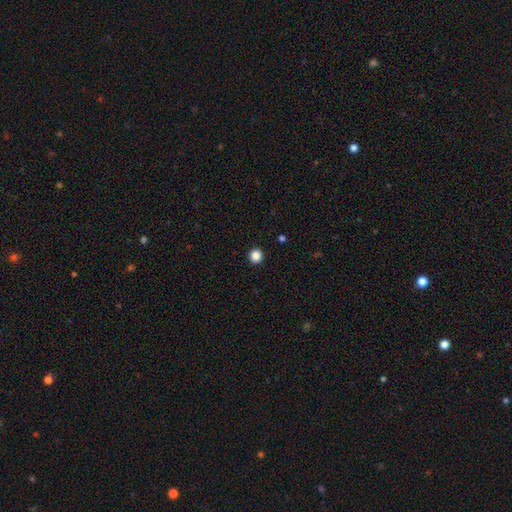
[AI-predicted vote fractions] Smooth or featured?
  - smooth: 86% *
  - star or artifact: 11%
  - featured or disk: 3%
How rounded?
  - round: 93% *
  - in between: 6%
  - cigar-shaped: 1%
Merging?
  - none: 94% *
  - minor disturbance: 4%
  - major disturbance: 1%
  - merger: 1%